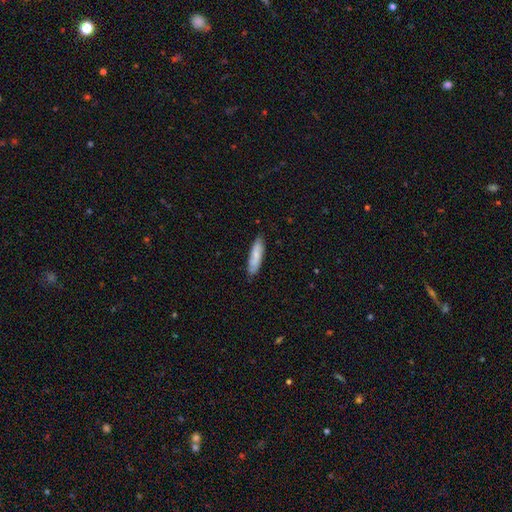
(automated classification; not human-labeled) smooth 71%, featured or disk 23%, star or artifact 6%. Down the decision tree: how rounded — cigar-shaped (65%); merging — none (81%).